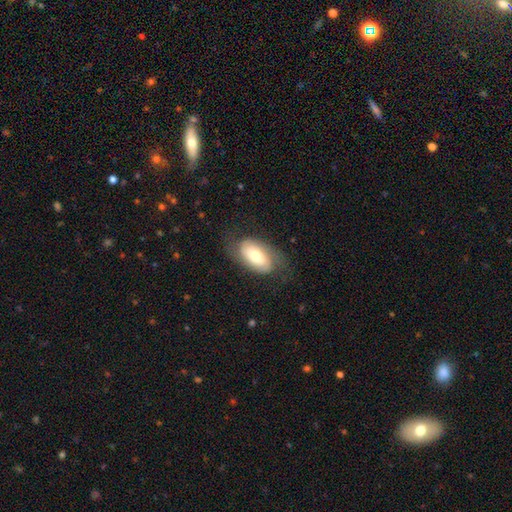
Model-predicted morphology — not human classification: A featured or disk galaxy (47%). Merging: none (67%).